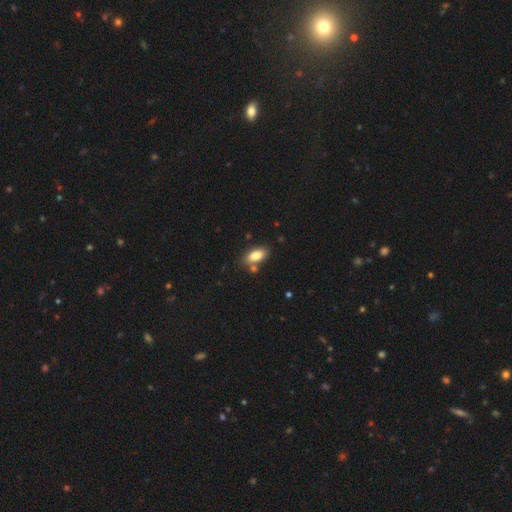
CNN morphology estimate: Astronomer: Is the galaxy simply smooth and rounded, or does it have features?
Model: smooth — 83%.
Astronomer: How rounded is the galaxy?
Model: in between — 91%.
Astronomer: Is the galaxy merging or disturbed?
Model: none — 74%.